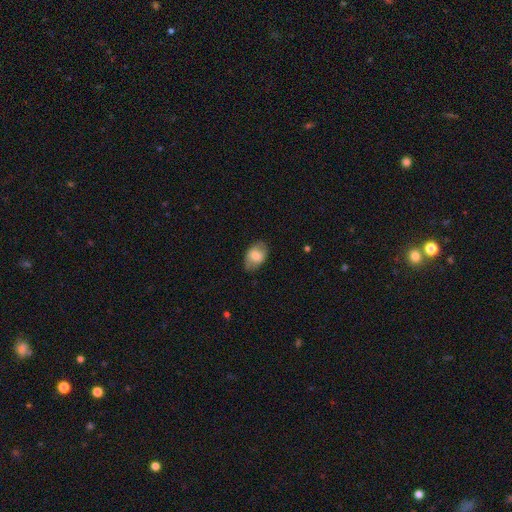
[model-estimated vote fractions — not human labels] A smooth galaxy with no disk features (67%) that is in between round and cigar-shaped (85%).

Vote fractions:
- Smooth or featured? smooth: 67% / featured or disk: 26% / star or artifact: 7%
- How rounded? in between: 85% / round: 14% / cigar-shaped: 1%
- Merging? none: 75% / minor disturbance: 18% / major disturbance: 5% / merger: 1%